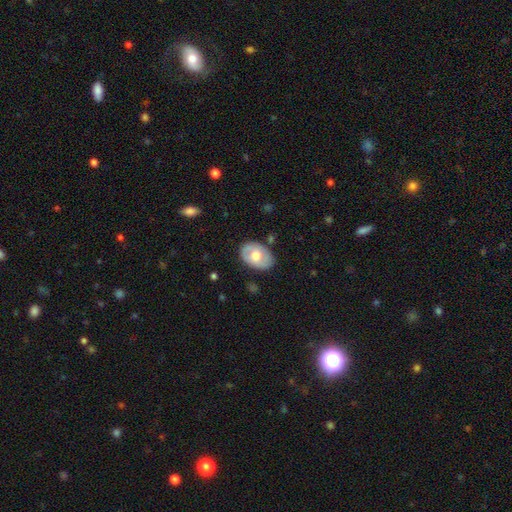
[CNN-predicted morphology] Smooth or featured?
  - smooth: 52% *
  - featured or disk: 43%
  - star or artifact: 6%
How rounded?
  - in between: 83% *
  - round: 16%
  - cigar-shaped: 1%
Merging?
  - none: 79% *
  - minor disturbance: 15%
  - major disturbance: 4%
  - merger: 2%